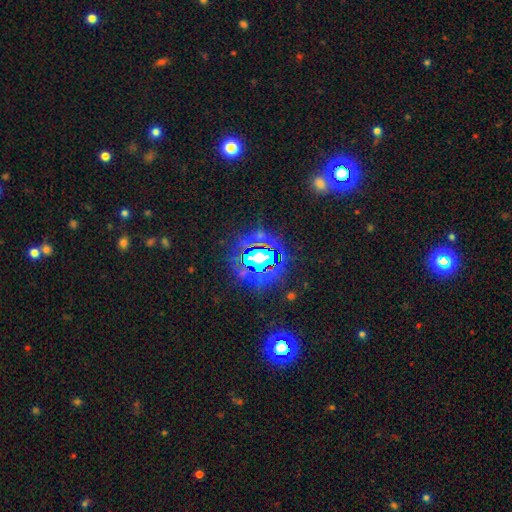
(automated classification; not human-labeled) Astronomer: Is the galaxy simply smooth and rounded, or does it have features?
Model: star or artifact — 80%.